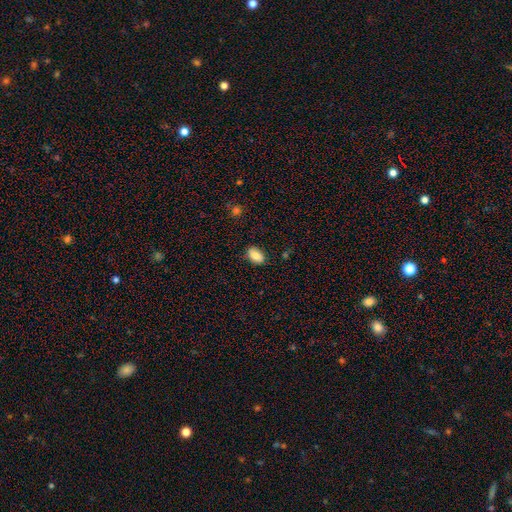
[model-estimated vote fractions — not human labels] smooth 81%, featured or disk 11%, star or artifact 8%. Down the decision tree: how rounded — in between (87%); merging — none (83%).